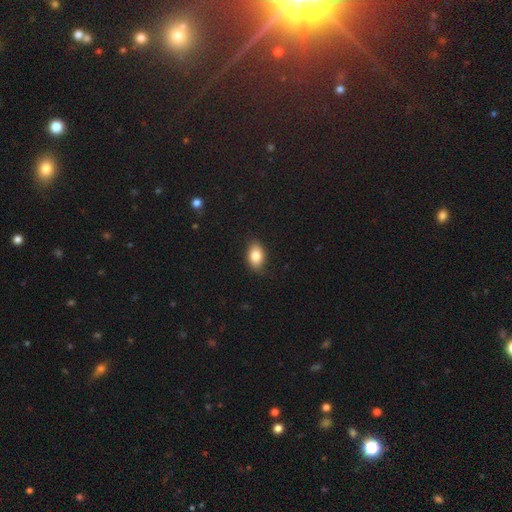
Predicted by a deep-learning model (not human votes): smooth_or_featured: smooth (p=0.84) [alt: featured or disk p=0.08]
how_rounded: in between (p=0.89) [alt: round p=0.10]
merging: none (p=0.85) [alt: minor disturbance p=0.12]